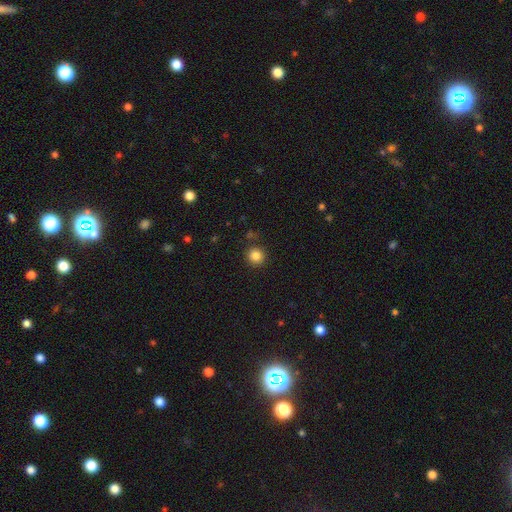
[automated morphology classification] Smooth or featured? Predicted: smooth (p=0.84). How rounded? Predicted: round (p=0.92). Merging? Predicted: none (p=0.88).